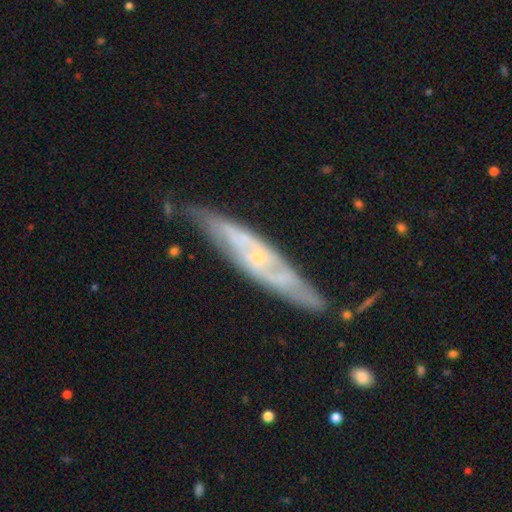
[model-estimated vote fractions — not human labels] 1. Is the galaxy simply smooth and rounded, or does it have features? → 77% featured or disk, 17% smooth, 7% star or artifact.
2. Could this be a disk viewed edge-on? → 50% no (tied), 50% yes (tied).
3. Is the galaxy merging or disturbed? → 72% none, 20% minor disturbance, 5% major disturbance, 3% merger.